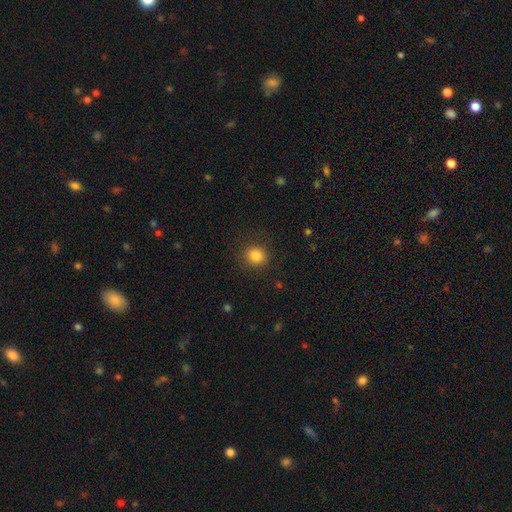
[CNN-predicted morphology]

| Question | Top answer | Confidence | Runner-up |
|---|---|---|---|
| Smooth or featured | smooth | 84% | star or artifact (11%) |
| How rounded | round | 88% | in between (11%) |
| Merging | none | 89% | minor disturbance (7%) |